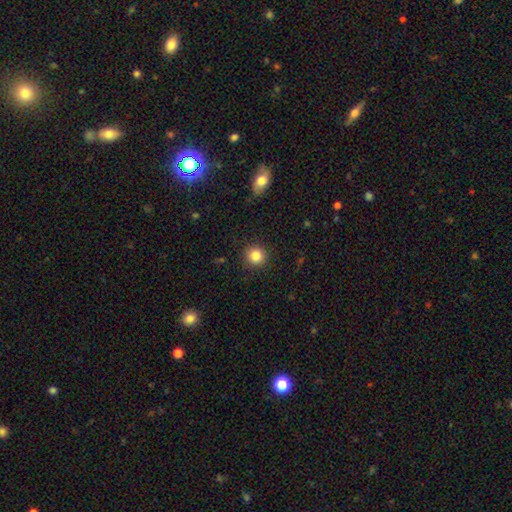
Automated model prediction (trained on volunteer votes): Q: Smooth or featured?
A: smooth (84%); runner-up: star or artifact (11%)
Q: How rounded?
A: round (94%); runner-up: in between (5%)
Q: Merging?
A: none (91%); runner-up: minor disturbance (6%)